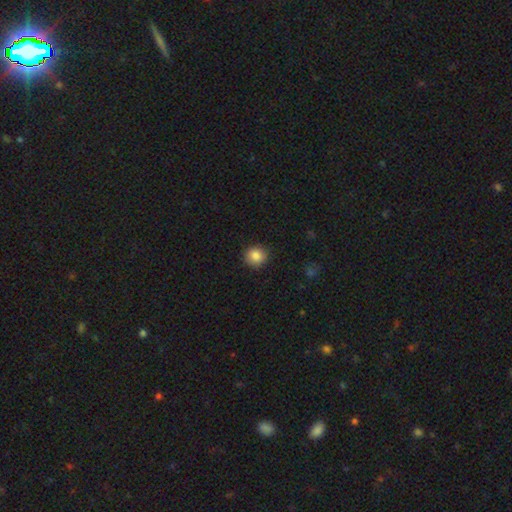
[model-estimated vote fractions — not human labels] The model was most divided on "smooth or featured": smooth: 86%, star or artifact: 10%, featured or disk: 5%. More confident: merging — none (89%); how rounded — round (89%).